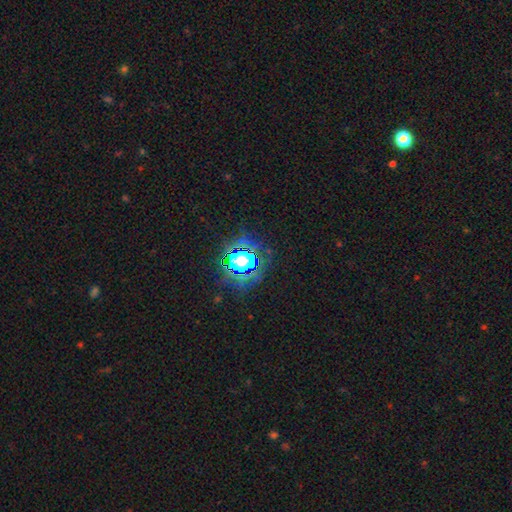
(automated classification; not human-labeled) smooth-or-featured: star or artifact: 80% | smooth: 13% | featured or disk: 7%